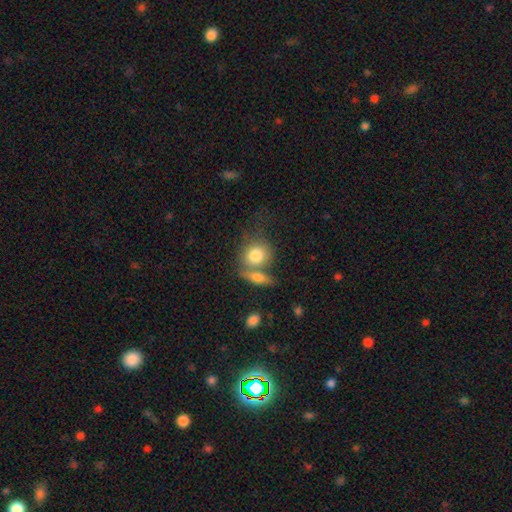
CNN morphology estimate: A smooth galaxy with no disk features (79%) that is round (67%). Merging: merger (45%).